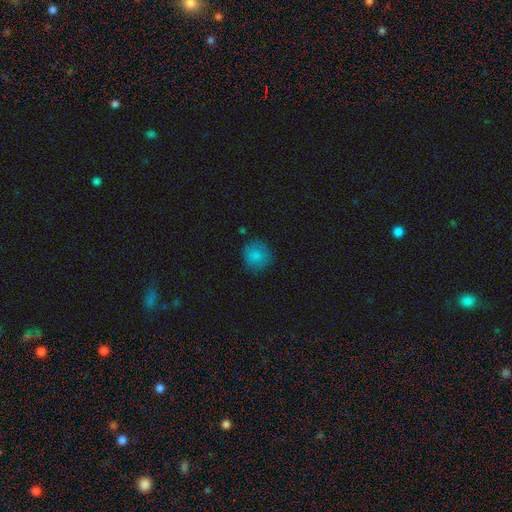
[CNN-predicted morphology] smooth-or-featured: smooth: 83% | star or artifact: 10% | featured or disk: 8%
  how-rounded: round: 88% | in between: 11% | cigar-shaped: 1%
  merging: none: 78% | minor disturbance: 16% | major disturbance: 5% | merger: 2%